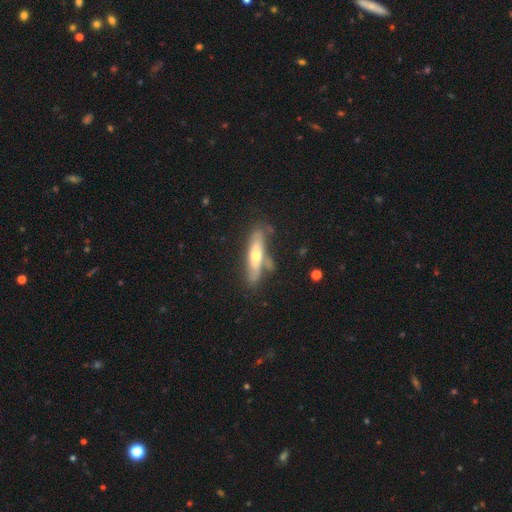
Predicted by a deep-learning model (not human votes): This is possibly a featured or disk galaxy (56%). It is likely viewed edge-on (69%). Merging: likely none (65%).